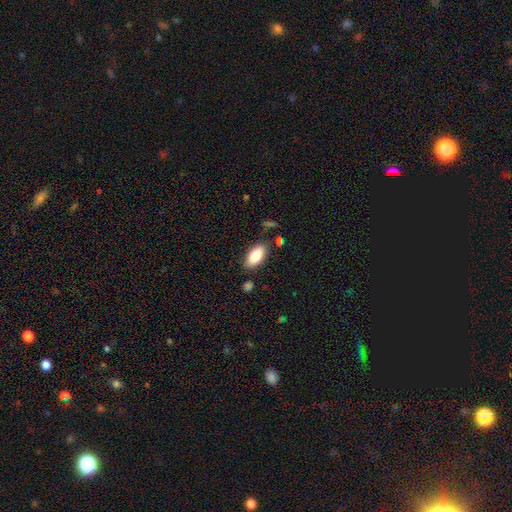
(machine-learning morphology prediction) A smooth galaxy with no disk features (83%) that is in between round and cigar-shaped (91%).

Vote fractions:
- Smooth or featured? smooth: 83% / featured or disk: 10% / star or artifact: 7%
- How rounded? in between: 91% / cigar-shaped: 6% / round: 3%
- Merging? none: 83% / minor disturbance: 12% / major disturbance: 3% / merger: 3%